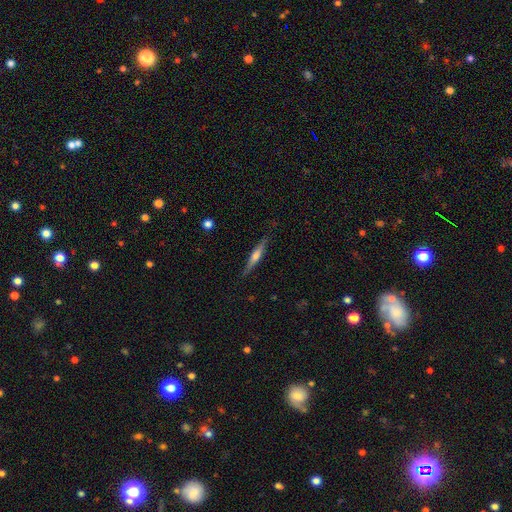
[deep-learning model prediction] Smooth or featured: featured or disk — 53% (smooth — 41%)
Edge-on disk: yes — 96% (no — 4%)
Edge-on bulge: rounded — 69% (none — 18%)
Merging: none — 86% (minor disturbance — 11%)